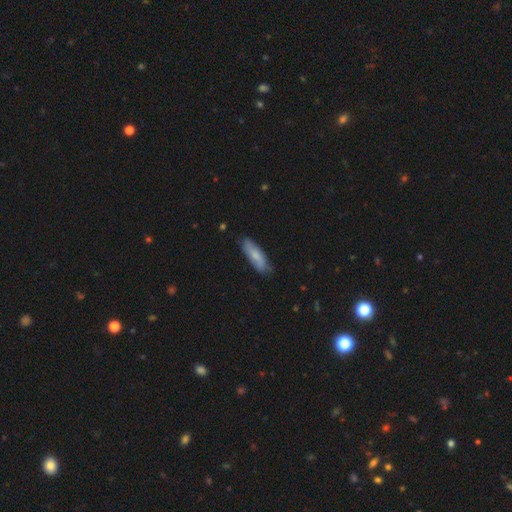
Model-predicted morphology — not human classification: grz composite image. It shows a smooth galaxy with no disk features (72%) that is cigar-shaped (50%). Merging: none (78%).